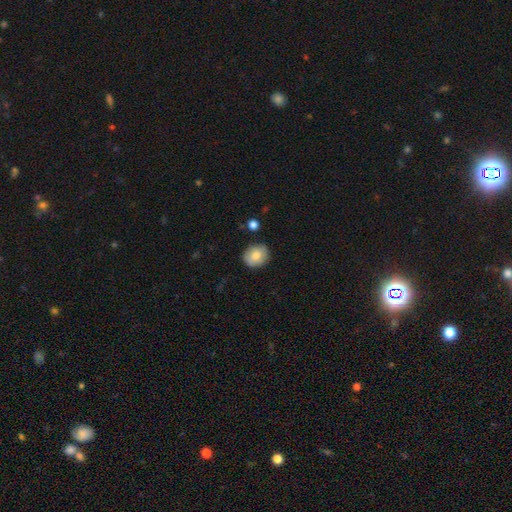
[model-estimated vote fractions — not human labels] smooth 77%, featured or disk 15%, star or artifact 8%. Down the decision tree: how rounded — round (72%); merging — none (80%).